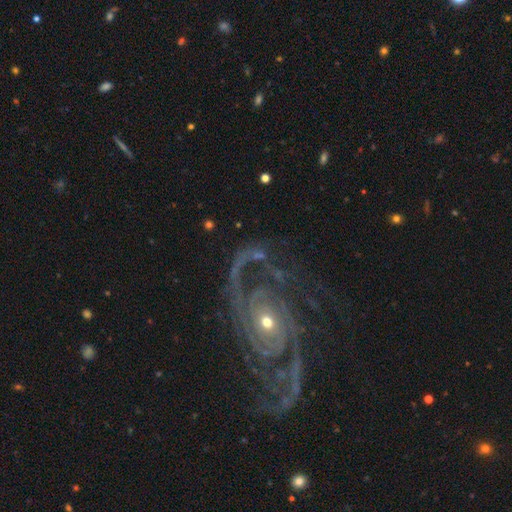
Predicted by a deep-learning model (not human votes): Smooth or featured?
  - featured or disk: 89% *
  - star or artifact: 7%
  - smooth: 4%
Edge-on disk?
  - no: 97% *
  - yes: 3%
Bar?
  - no: 71% *
  - weak: 20%
  - strong: 9%
Spiral arms?
  - yes: 97% *
  - no: 3%
Spiral winding?
  - medium: 46% *
  - tight: 31%
  - loose: 23%
Spiral arm count?
  - 2: 58% *
  - 3: 13%
  - can't tell: 10%
  - 4: 6%
  - 1: 6%
  - more than 4: 6%
Bulge size?
  - small: 63% *
  - moderate: 33%
  - large: 2%
  - none: 1%
  - dominant: 1%
Merging?
  - none: 62% *
  - major disturbance: 18%
  - minor disturbance: 16%
  - merger: 3%